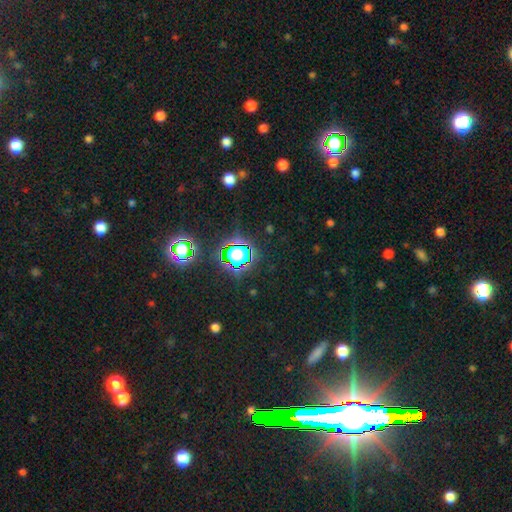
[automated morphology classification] A star or artifact, not a galaxy (83%).

Vote fractions:
- Smooth or featured? star or artifact: 83% / smooth: 9% / featured or disk: 8%